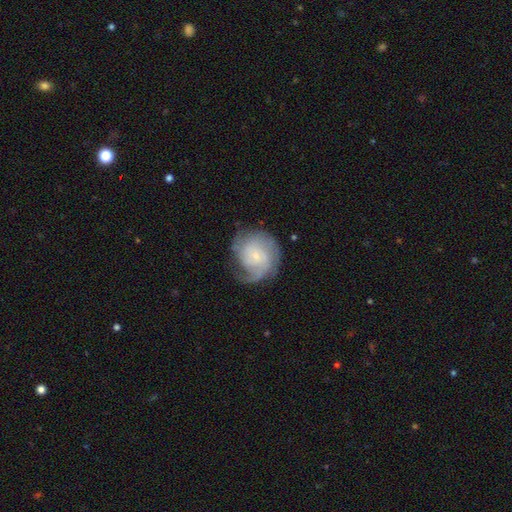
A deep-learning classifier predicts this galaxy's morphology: This appears to be a featured or disk galaxy (72%) with no bar (65%), tight (45%) spiral arms (93%) and a small central bulge (71%). Merging: none (61%).